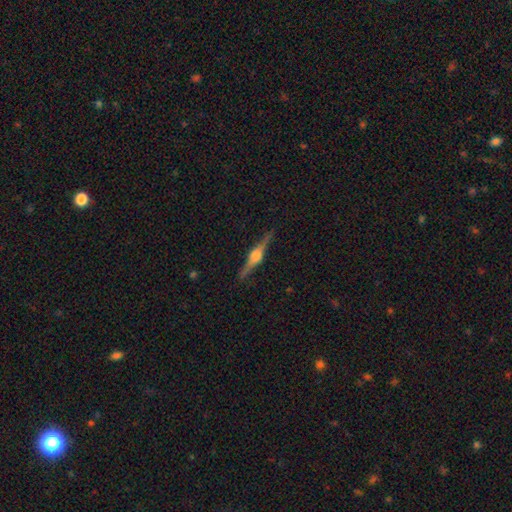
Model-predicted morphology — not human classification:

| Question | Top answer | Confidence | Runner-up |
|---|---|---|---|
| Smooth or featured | featured or disk | 83% | smooth (11%) |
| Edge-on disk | yes | 98% | no (2%) |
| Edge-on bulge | rounded | 91% | boxy (7%) |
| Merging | none | 90% | minor disturbance (7%) |